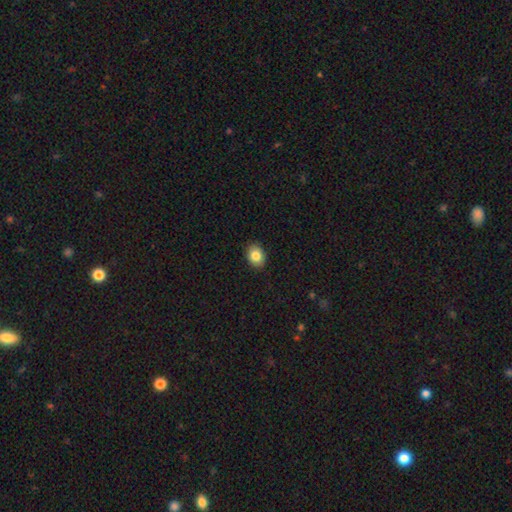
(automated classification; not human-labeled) Smooth or featured? smooth (84%)
How rounded? in between (63%)
Merging? none (90%)